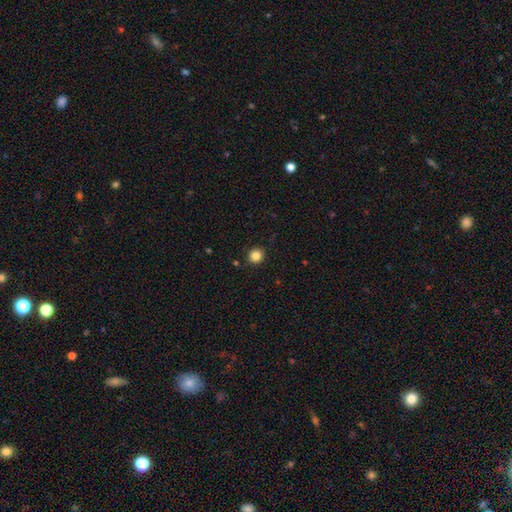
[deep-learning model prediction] Smooth or featured: smooth — 84% (star or artifact — 12%)
How rounded: round — 91% (in between — 8%)
Merging: none — 91% (minor disturbance — 6%)